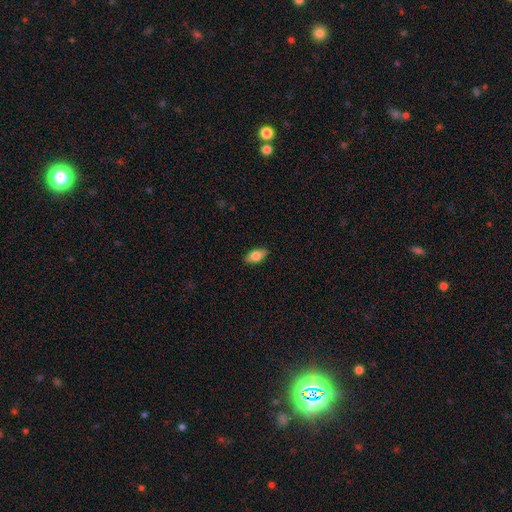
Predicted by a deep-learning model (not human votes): This is likely a smooth galaxy (79%). How rounded: clearly in between (89%). Merging: clearly none (87%).